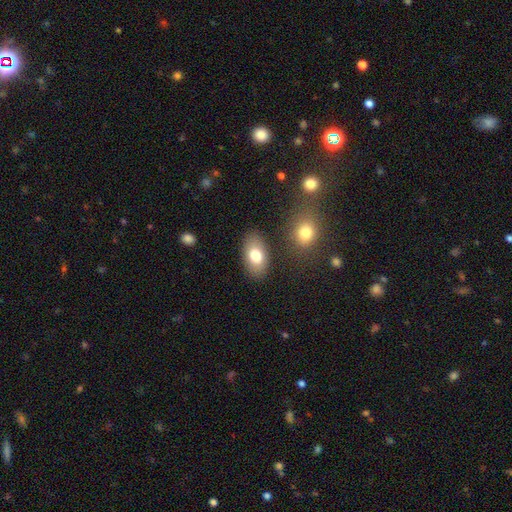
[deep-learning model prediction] Smooth or featured? Predicted: smooth (p=0.77). How rounded? Predicted: in between (p=0.91). Merging? Predicted: none (p=0.82).